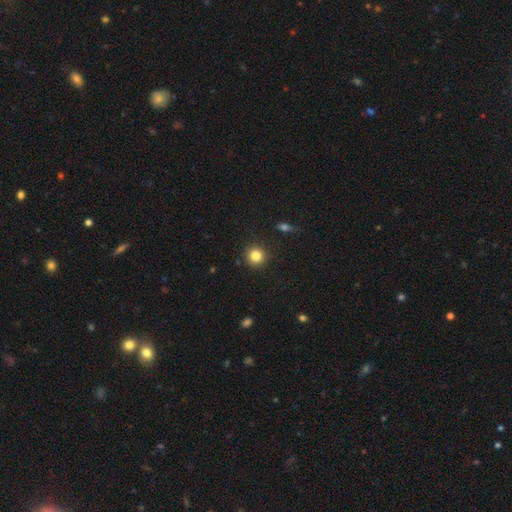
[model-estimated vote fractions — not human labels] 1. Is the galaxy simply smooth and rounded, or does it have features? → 83% smooth, 11% star or artifact, 6% featured or disk.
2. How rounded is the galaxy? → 93% round, 6% in between, 1% cigar-shaped.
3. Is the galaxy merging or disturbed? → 90% none, 6% minor disturbance, 2% major disturbance, 2% merger.